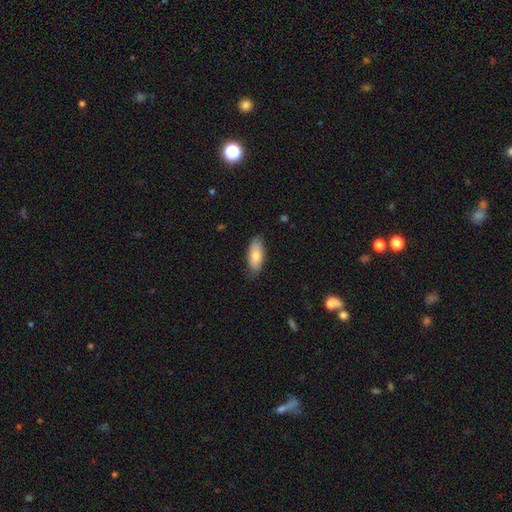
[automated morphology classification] Smooth or featured: smooth — 79% (featured or disk — 15%)
How rounded: in between — 83% (cigar-shaped — 15%)
Merging: none — 78% (minor disturbance — 18%)